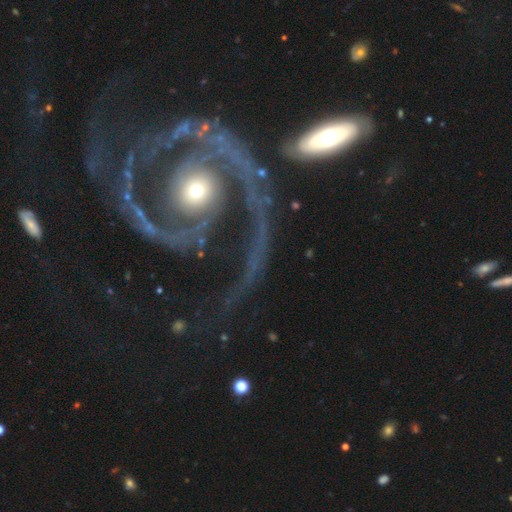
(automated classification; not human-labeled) Smooth or featured: featured or disk — 87% (smooth — 7%)
Edge-on disk: no — 96% (yes — 4%)
Bar: no — 67% (weak — 18%)
Spiral arms: yes — 94% (no — 6%)
Spiral winding: medium — 42% (tight — 31%)
Spiral arm count: 2 — 87% (can't tell — 4%)
Bulge size: small — 46% (moderate — 42%)
Merging: none — 59% (major disturbance — 19%)